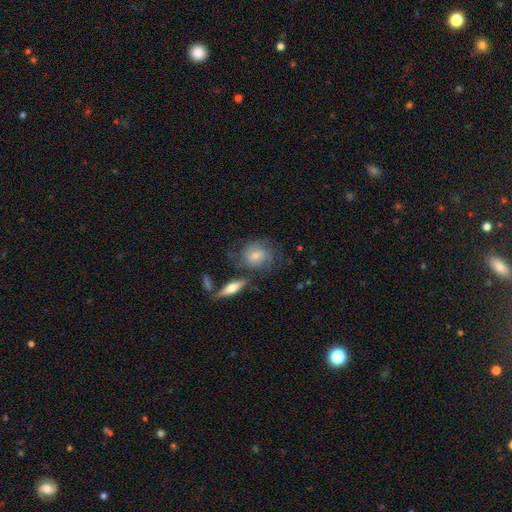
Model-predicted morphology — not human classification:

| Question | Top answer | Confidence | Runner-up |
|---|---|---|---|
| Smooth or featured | featured or disk | 48% | smooth (44%) |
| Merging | none | 57% | minor disturbance (21%) |